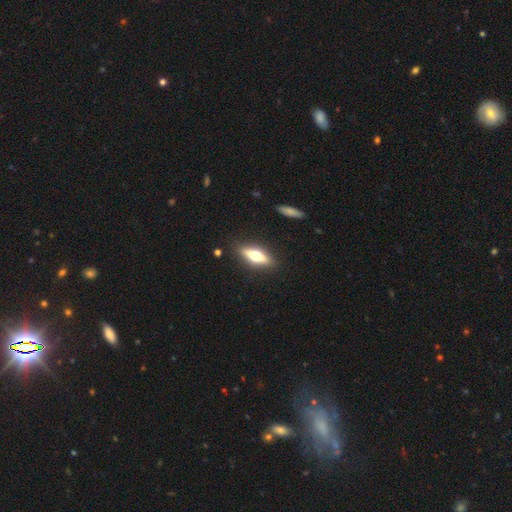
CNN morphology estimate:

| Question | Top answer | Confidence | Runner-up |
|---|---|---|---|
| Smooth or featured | featured or disk | 51% | smooth (42%) |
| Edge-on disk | yes | 87% | no (13%) |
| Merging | none | 88% | minor disturbance (8%) |